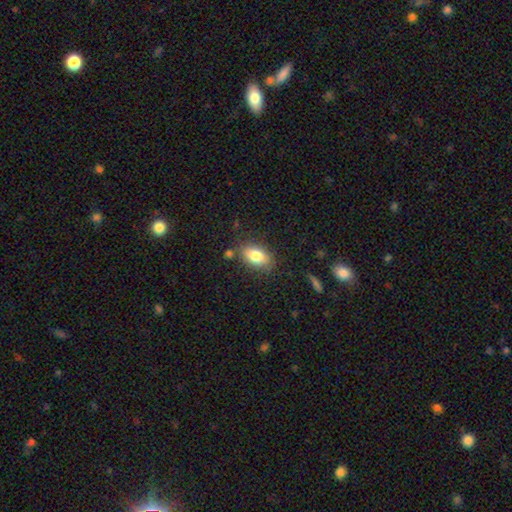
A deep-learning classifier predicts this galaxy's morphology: Q: Smooth or featured?
A: smooth (81%); runner-up: featured or disk (11%)
Q: How rounded?
A: in between (87%); runner-up: round (9%)
Q: Merging?
A: none (78%); runner-up: minor disturbance (14%)